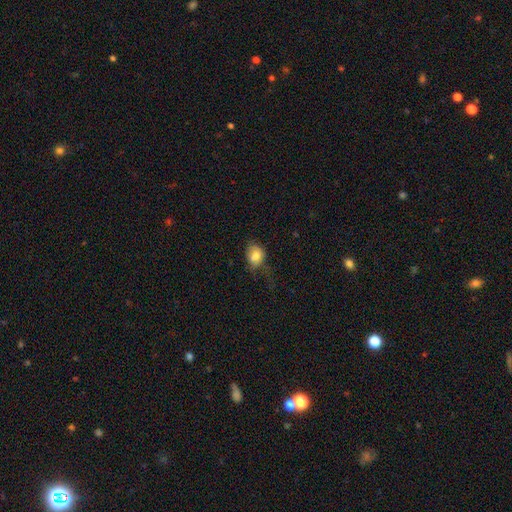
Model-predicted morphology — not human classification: Smooth or featured? Predicted: smooth (p=0.79). How rounded? Predicted: in between (p=0.56). Merging? Predicted: none (p=0.43).